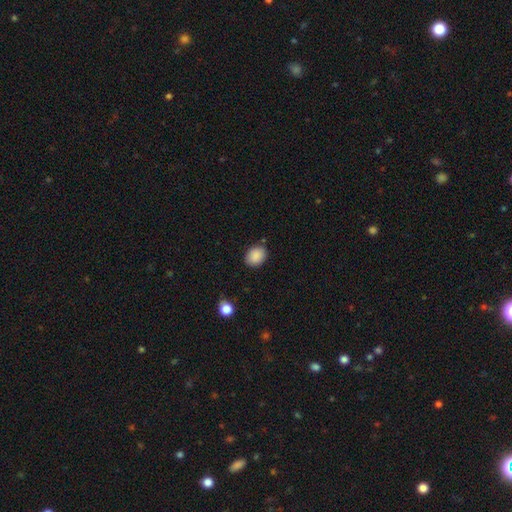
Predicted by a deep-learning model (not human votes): Overall: smooth (89%). How rounded: in between (57%; round 42%). Merging: none (82%).